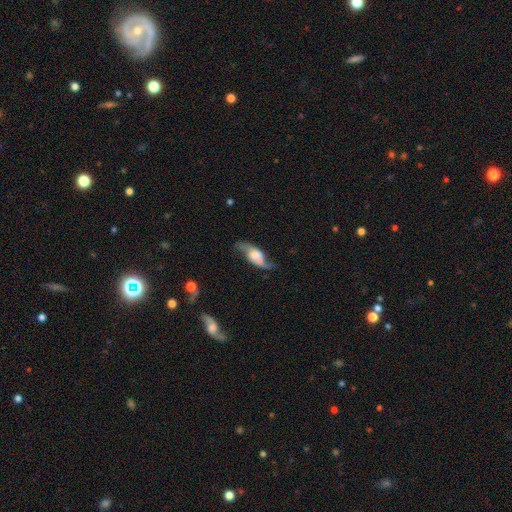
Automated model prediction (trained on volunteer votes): smooth_or_featured: featured or disk (p=0.73) [alt: smooth p=0.20]
disk_edge_on: no (p=0.86) [alt: yes p=0.14]
bar: no (p=0.52) [alt: weak p=0.34]
has_spiral_arms: yes (p=0.89) [alt: no p=0.11]
spiral_winding: loose (p=0.68) [alt: medium p=0.25]
spiral_arm_count: 2 (p=0.89) [alt: can't tell p=0.05]
bulge_size: large (p=0.30) [alt: moderate p=0.25]
merging: none (p=0.61) [alt: minor disturbance p=0.22]